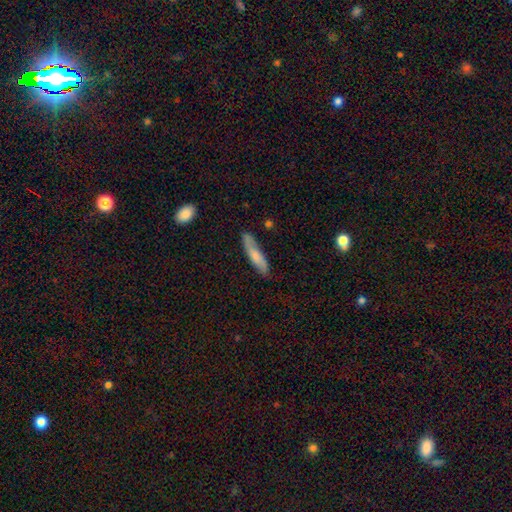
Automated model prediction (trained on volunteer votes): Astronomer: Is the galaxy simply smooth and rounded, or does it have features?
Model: smooth — 64%.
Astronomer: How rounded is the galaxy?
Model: cigar-shaped — 79%.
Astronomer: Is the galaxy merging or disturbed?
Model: none — 77%.